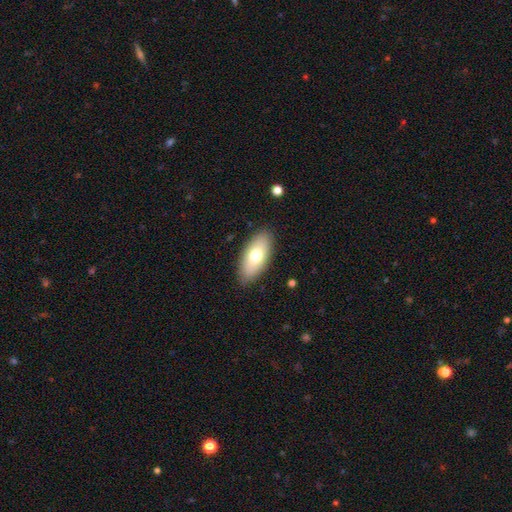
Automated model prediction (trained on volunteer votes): Morphology: type=smooth (71%); roundness=in between (88%); merging=none (87%).